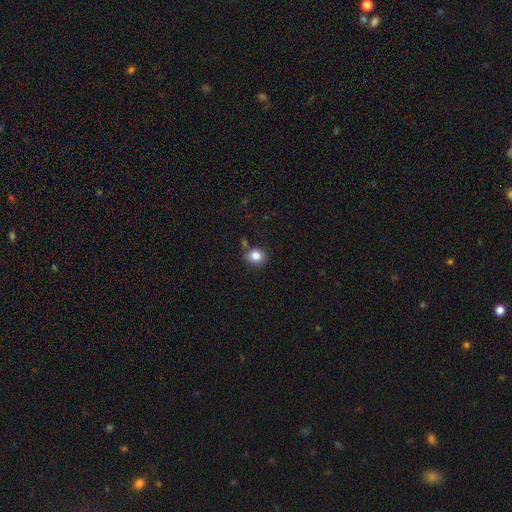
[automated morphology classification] This is clearly a smooth galaxy (84%). How rounded: clearly round (80%). Merging: likely none (77%).